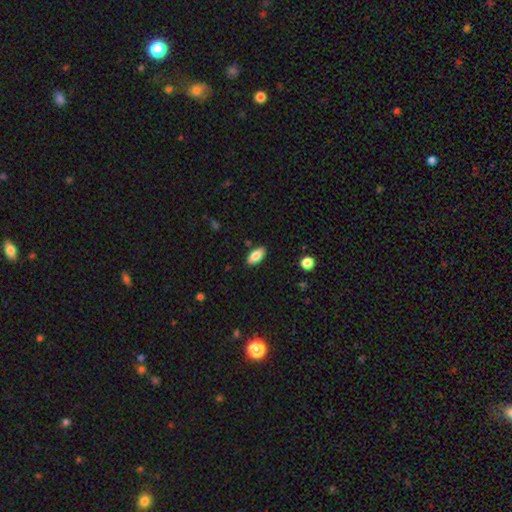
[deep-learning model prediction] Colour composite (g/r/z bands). It shows a smooth galaxy with no disk features (82%) that is in between round and cigar-shaped (87%). Merging: none (87%).